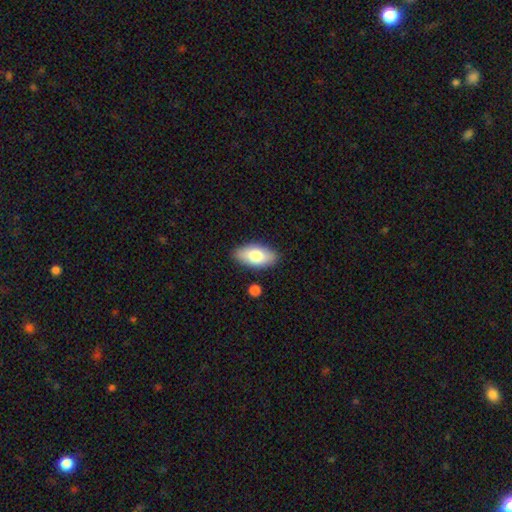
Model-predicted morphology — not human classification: Smooth or featured? Predicted: smooth (p=0.78). How rounded? Predicted: in between (p=0.92). Merging? Predicted: none (p=0.86).